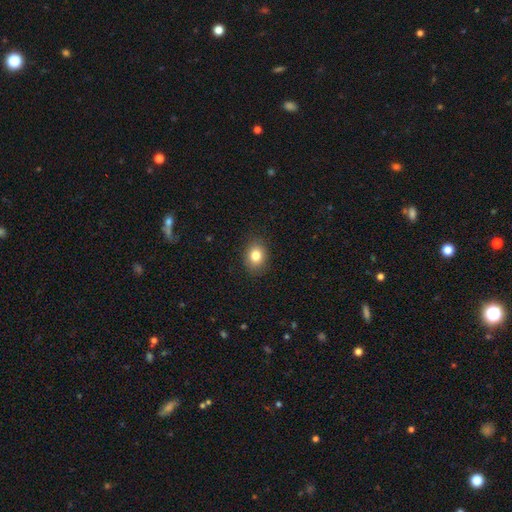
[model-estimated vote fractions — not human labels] A smooth galaxy with no disk features (82%) that is in between round and cigar-shaped (57%).

Vote fractions:
- Smooth or featured? smooth: 82% / star or artifact: 10% / featured or disk: 8%
- How rounded? in between: 57% / round: 43% / cigar-shaped: 1%
- Merging? none: 88% / minor disturbance: 9% / major disturbance: 2% / merger: 1%